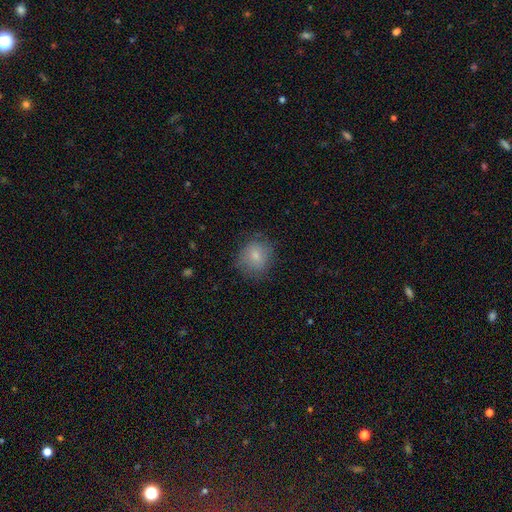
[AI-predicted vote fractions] This is likely a smooth galaxy (78%). How rounded: likely round (79%). Merging: likely none (74%).